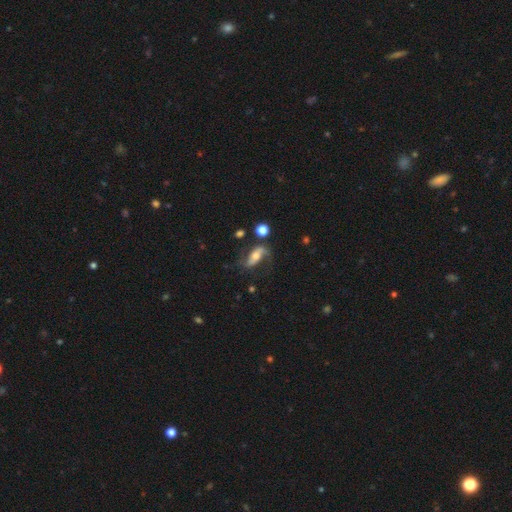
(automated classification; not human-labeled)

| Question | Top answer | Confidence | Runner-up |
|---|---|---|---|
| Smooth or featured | featured or disk | 74% | smooth (18%) |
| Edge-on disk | no | 91% | yes (9%) |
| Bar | no | 37% | strong (35%) |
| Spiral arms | yes | 91% | no (9%) |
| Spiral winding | loose | 67% | medium (25%) |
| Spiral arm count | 2 | 85% | 1 (8%) |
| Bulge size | moderate | 58% | small (30%) |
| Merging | none | 61% | minor disturbance (19%) |